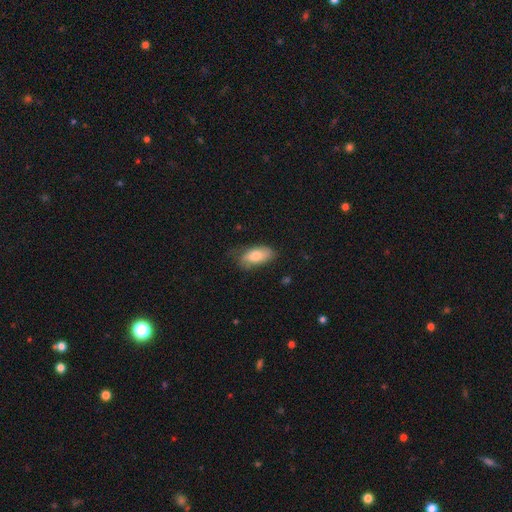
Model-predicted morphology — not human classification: This is likely a smooth galaxy (78%). How rounded: clearly in between (91%). Merging: possibly none (59%).